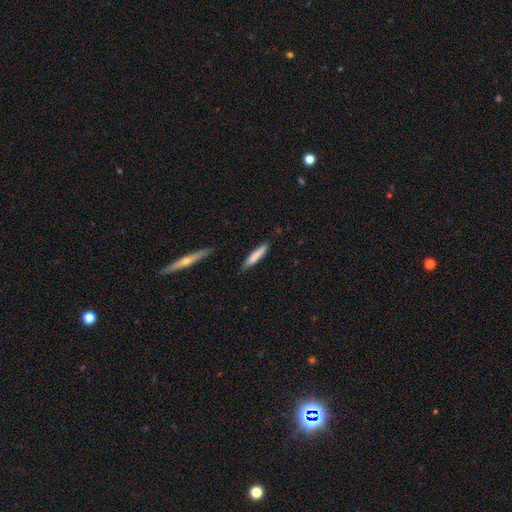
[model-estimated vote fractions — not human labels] Morphology: type=smooth (80%); roundness=cigar-shaped (88%); merging=none (82%).